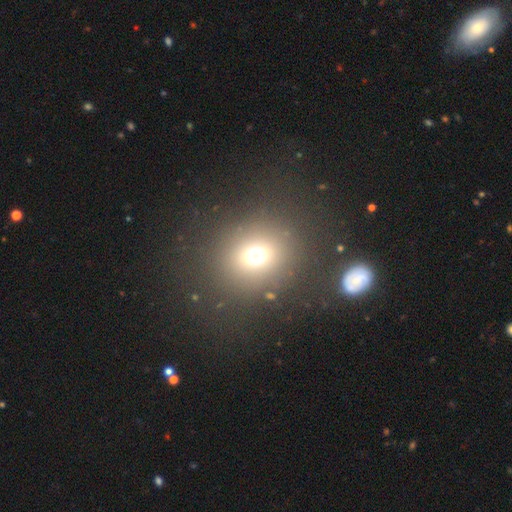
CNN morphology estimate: Smooth or featured? Predicted: smooth (p=0.67). How rounded? Predicted: round (p=0.78). Merging? Predicted: none (p=0.81).